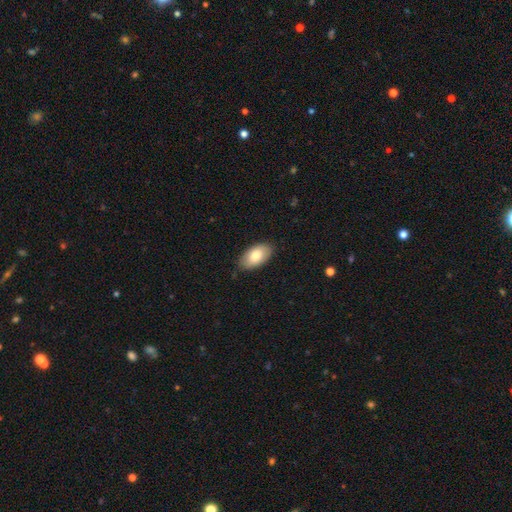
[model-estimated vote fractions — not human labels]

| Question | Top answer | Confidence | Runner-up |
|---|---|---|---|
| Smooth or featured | smooth | 79% | featured or disk (15%) |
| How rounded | in between | 95% | round (3%) |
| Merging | none | 83% | minor disturbance (14%) |